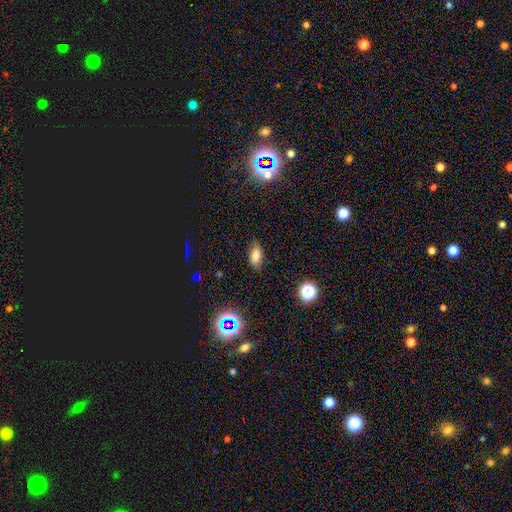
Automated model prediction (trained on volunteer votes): Smooth or featured? Predicted: smooth (p=0.76). How rounded? Predicted: in between (p=0.86). Merging? Predicted: none (p=0.78).